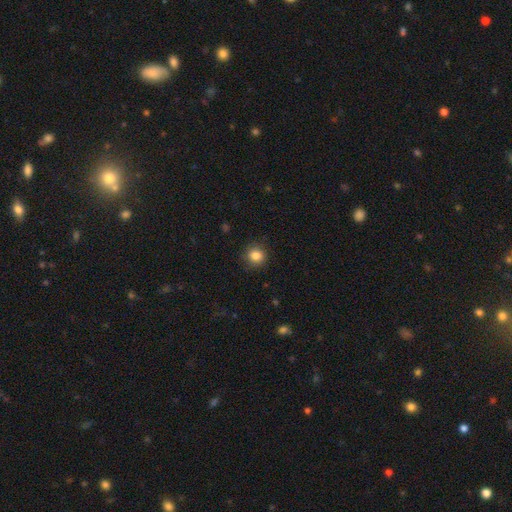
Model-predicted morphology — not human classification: This appears to be a smooth galaxy with no disk features (85%) that is round (88%). Merging: none (87%).